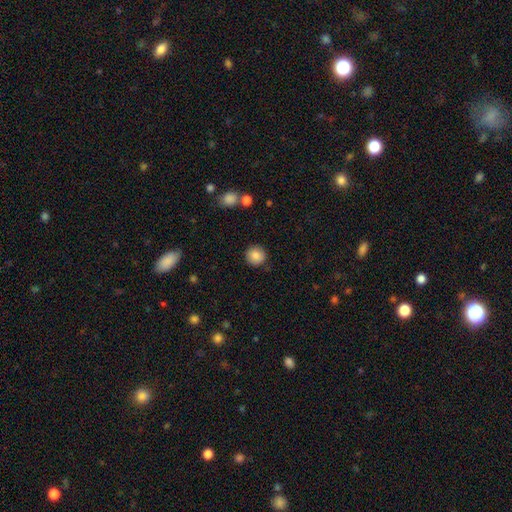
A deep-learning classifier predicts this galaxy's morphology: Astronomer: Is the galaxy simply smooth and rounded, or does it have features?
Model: smooth — 86%.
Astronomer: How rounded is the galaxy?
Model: round — 91%.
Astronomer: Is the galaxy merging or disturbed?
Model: none — 89%.